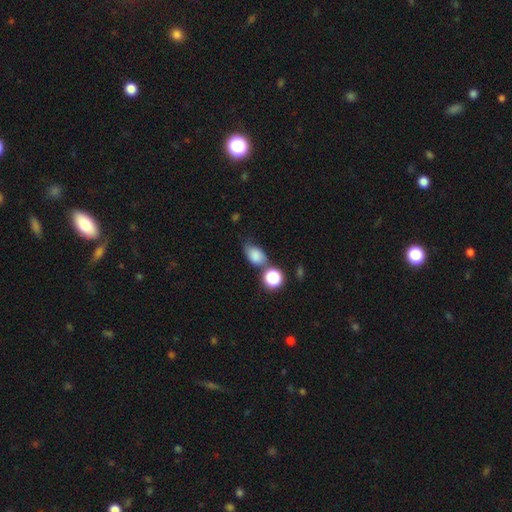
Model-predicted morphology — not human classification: A smooth galaxy with no disk features (78%) that is in between round and cigar-shaped (77%). Merging: none (52%).